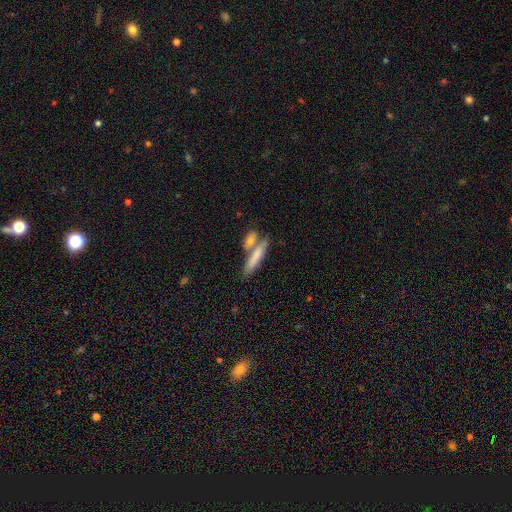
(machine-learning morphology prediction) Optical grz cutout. It shows a smooth galaxy with no disk features (74%) that is cigar-shaped (78%). Merging: none (53%).